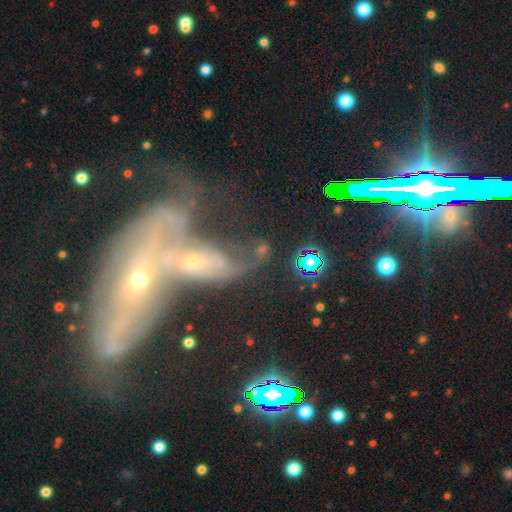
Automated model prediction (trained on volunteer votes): Smooth or featured?
  - featured or disk: 54% *
  - star or artifact: 24%
  - smooth: 22%
Edge-on disk?
  - no: 82% *
  - yes: 18%
Merging?
  - merger: 59% *
  - none: 20%
  - major disturbance: 11%
  - minor disturbance: 10%